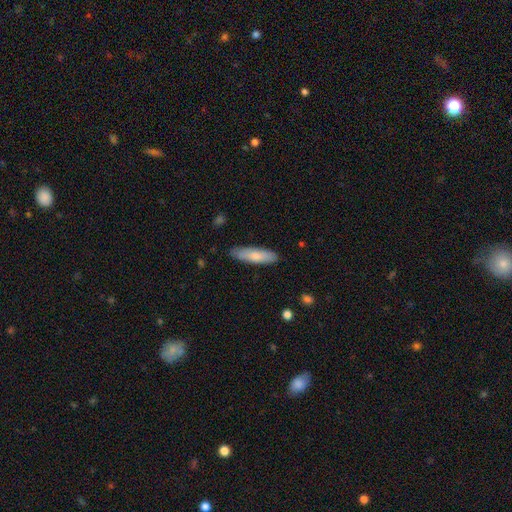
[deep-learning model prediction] smooth 72%, featured or disk 23%, star or artifact 5%. Down the decision tree: how rounded — cigar-shaped (67%); merging — none (85%).